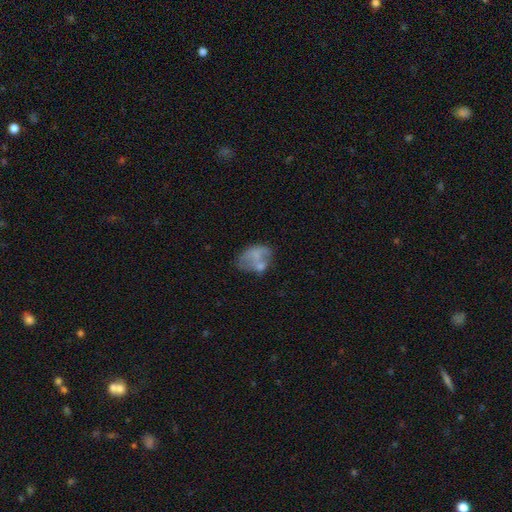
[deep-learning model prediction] A smooth galaxy with no disk features (49%). Merging: none (31%).